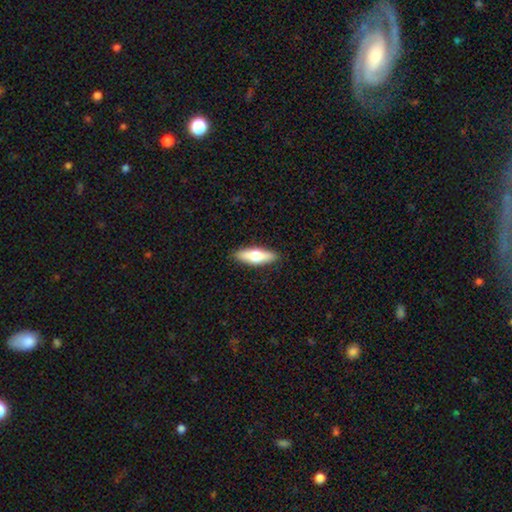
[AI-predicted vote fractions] Smooth or featured?
  - smooth: 67% *
  - featured or disk: 28%
  - star or artifact: 5%
How rounded?
  - cigar-shaped: 50% *
  - in between: 48%
  - round: 2%
Merging?
  - none: 90% *
  - minor disturbance: 8%
  - major disturbance: 2%
  - merger: 1%